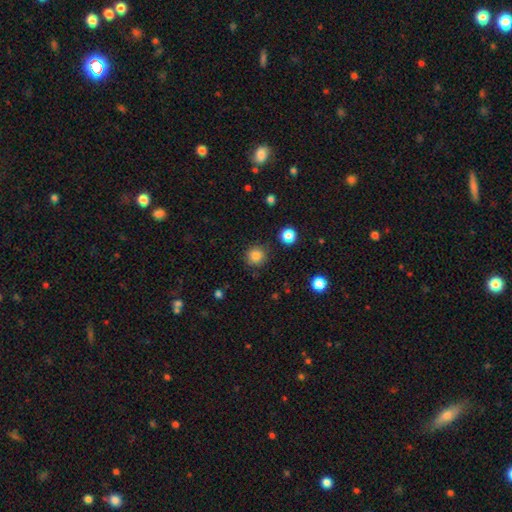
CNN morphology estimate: Q: Smooth or featured?
A: smooth (84%); runner-up: star or artifact (12%)
Q: How rounded?
A: round (93%); runner-up: in between (6%)
Q: Merging?
A: none (88%); runner-up: minor disturbance (7%)